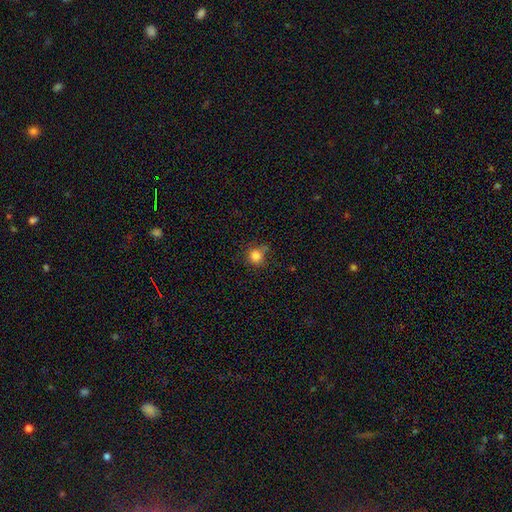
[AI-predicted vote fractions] smooth-or-featured: smooth: 83% | star or artifact: 12% | featured or disk: 5%
  how-rounded: round: 91% | in between: 8% | cigar-shaped: 1%
  merging: none: 69% | minor disturbance: 19% | merger: 7% | major disturbance: 5%